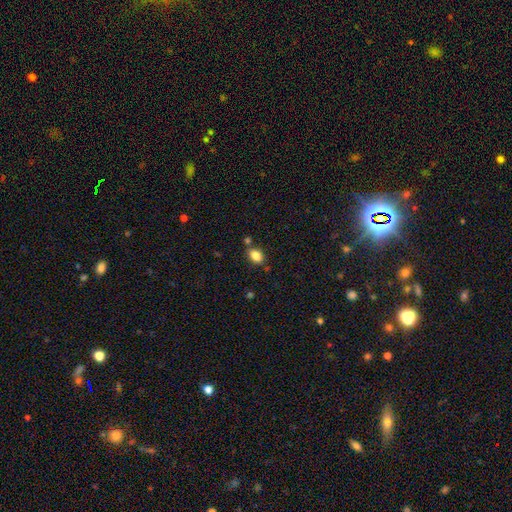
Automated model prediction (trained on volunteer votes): This appears to be a smooth galaxy with no disk features (84%) that is in between round and cigar-shaped (81%). Merging: none (75%).